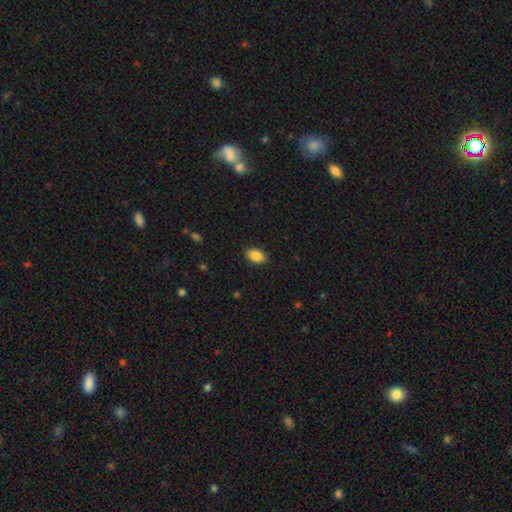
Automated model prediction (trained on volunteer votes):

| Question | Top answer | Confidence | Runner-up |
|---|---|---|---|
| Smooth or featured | smooth | 88% | star or artifact (8%) |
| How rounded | in between | 91% | round (7%) |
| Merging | none | 88% | minor disturbance (9%) |